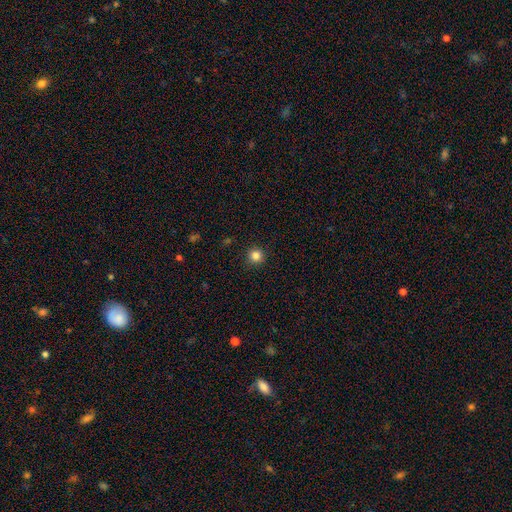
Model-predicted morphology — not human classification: type=smooth (84%); roundness=round (96%); merging=none (93%).